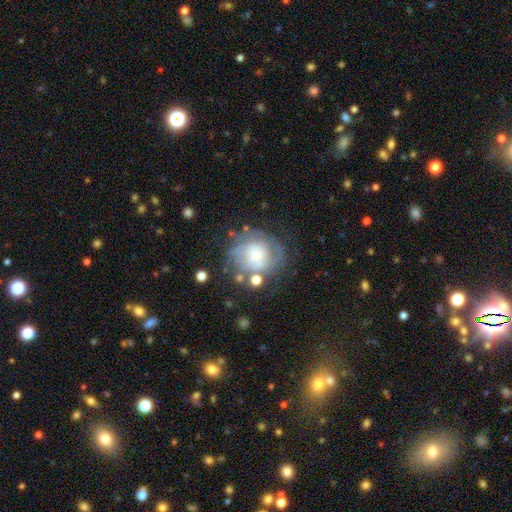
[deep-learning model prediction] Smooth or featured? Predicted: featured or disk (p=0.58). Edge-on disk? Predicted: no (p=0.97). Bar? Predicted: no (p=0.78). Spiral arms? Predicted: yes (p=0.66). Bulge size? Predicted: small (p=0.40). Merging? Predicted: none (p=0.54).